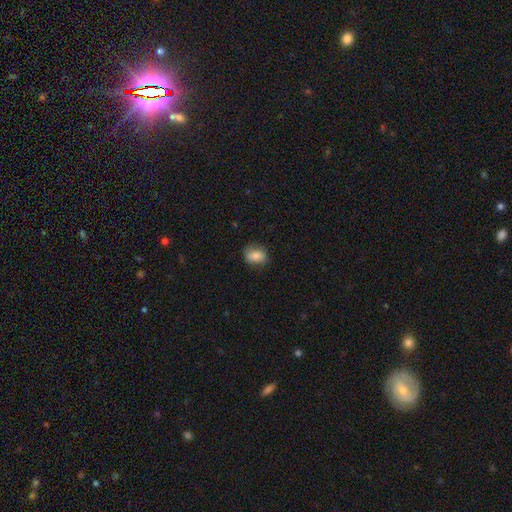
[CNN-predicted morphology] Smooth or featured? smooth (76%)
How rounded? in between (67%)
Merging? none (75%)